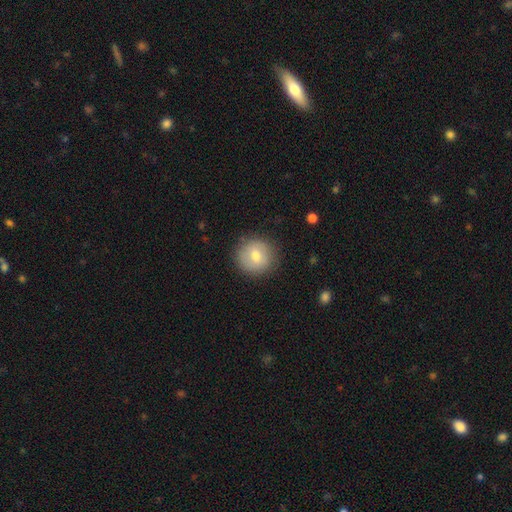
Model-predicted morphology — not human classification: Overall: smooth (69%). How rounded: round (93%). Merging: none (87%).